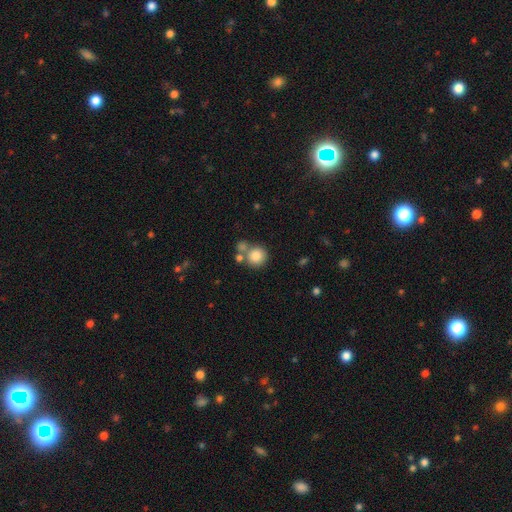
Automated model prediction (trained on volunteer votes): Q: Smooth or featured?
A: smooth (83%); runner-up: star or artifact (9%)
Q: How rounded?
A: round (90%); runner-up: in between (9%)
Q: Merging?
A: none (59%); runner-up: merger (26%)